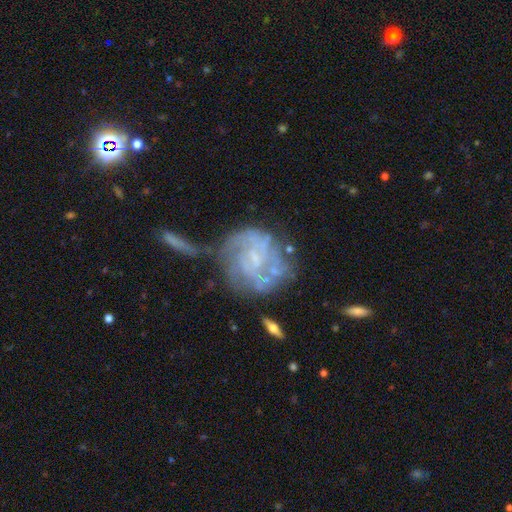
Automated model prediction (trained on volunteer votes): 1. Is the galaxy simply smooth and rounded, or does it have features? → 74% featured or disk, 17% smooth, 9% star or artifact.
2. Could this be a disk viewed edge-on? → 97% no, 3% yes.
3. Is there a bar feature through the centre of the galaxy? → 54% no, 38% weak, 9% strong.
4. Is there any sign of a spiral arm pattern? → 71% yes, 29% no.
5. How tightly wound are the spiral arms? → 48% tight, 35% medium, 17% loose.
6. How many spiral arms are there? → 48% can't tell, 26% 2, 12% 3, 5% 4, 5% 1, 4% more than 4.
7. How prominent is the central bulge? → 48% small, 33% none, 16% moderate, 2% large, 1% dominant.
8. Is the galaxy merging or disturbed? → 42% none, 21% major disturbance, 21% minor disturbance, 16% merger.